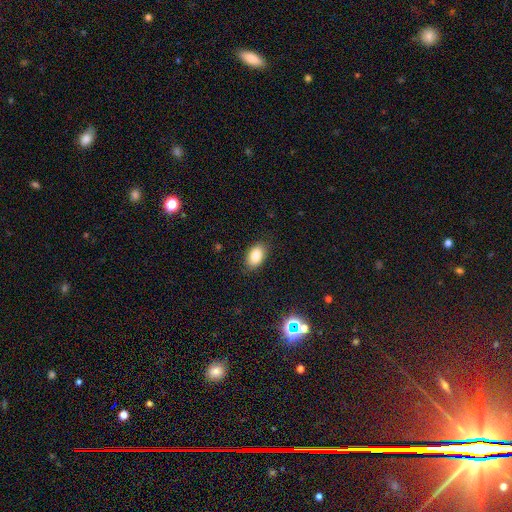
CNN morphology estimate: type=smooth (85%); roundness=in between (91%); merging=none (85%).